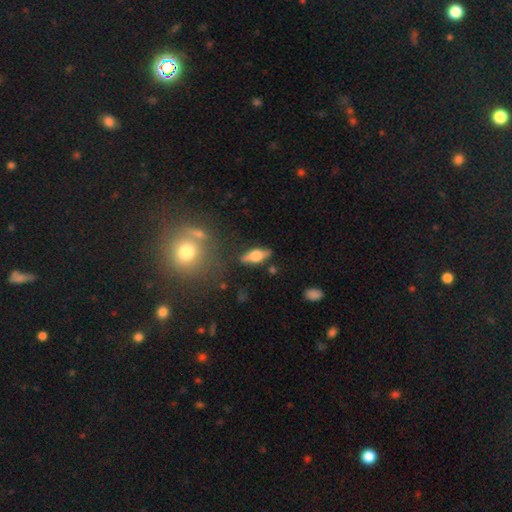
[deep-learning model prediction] Smooth or featured? Predicted: featured or disk (p=0.51). Edge-on disk? Predicted: yes (p=0.89). Merging? Predicted: none (p=0.81).